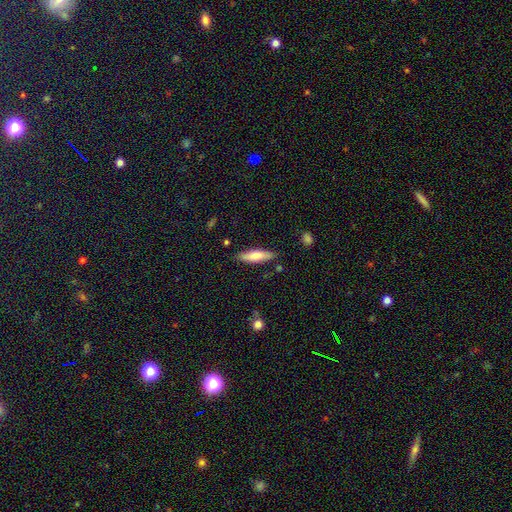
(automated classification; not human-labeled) Smooth or featured? smooth (70%)
How rounded? cigar-shaped (62%)
Merging? none (83%)